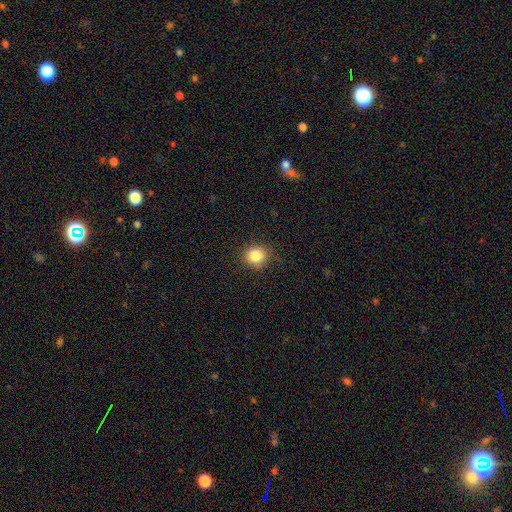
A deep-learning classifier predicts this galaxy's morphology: This is clearly a smooth galaxy (84%). How rounded: clearly round (84%). Merging: clearly none (83%).